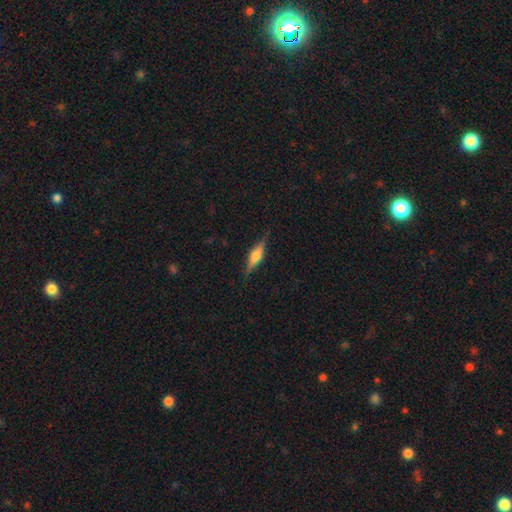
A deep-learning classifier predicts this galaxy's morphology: This is likely a featured or disk galaxy (64%). It is clearly viewed edge-on (96%). Edge-on bulge: clearly rounded (84%). Merging: clearly none (85%).